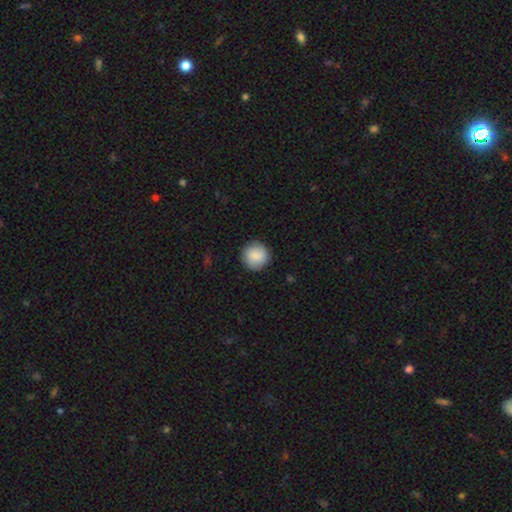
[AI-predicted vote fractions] This appears to be a smooth galaxy with no disk features (87%) that is round (95%). Merging: none (90%).